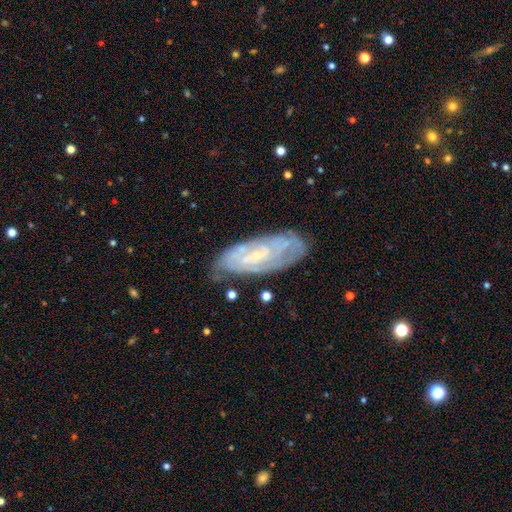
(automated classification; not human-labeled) This is likely a featured or disk galaxy (77%). It is clearly not viewed edge-on (88%). Bar: possibly no (45%). Spiral arm pattern: clearly yes (86%). Spiral arm count: possibly can't tell (48%). Spiral winding: likely tight (67%). Central bulge: likely small (77%). Merging: likely none (72%).